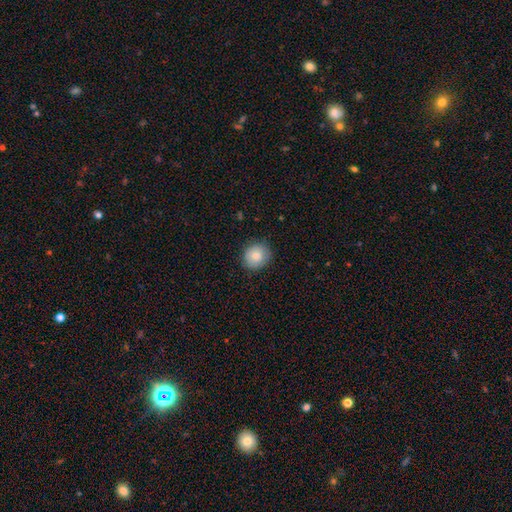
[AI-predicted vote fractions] Smooth or featured? smooth (84%)
How rounded? round (83%)
Merging? none (84%)